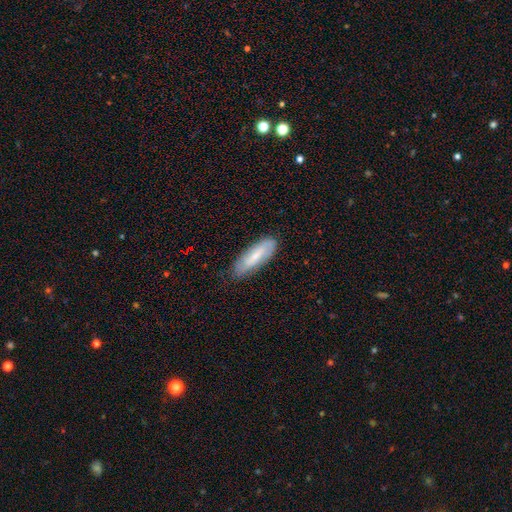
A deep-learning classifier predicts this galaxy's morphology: This appears to be a smooth galaxy with no disk features (57%) that is in between round and cigar-shaped (55%). Merging: none (82%).